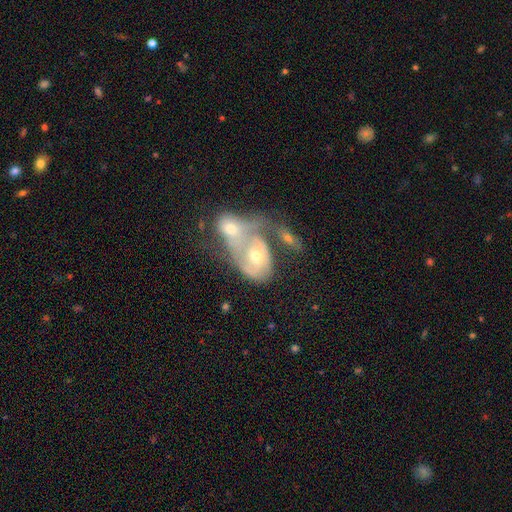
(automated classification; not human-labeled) Q: Smooth or featured?
A: featured or disk (69%); runner-up: smooth (24%)
Q: Edge-on disk?
A: no (95%); runner-up: yes (5%)
Q: Bar?
A: no (73%); runner-up: weak (21%)
Q: Spiral arms?
A: yes (70%); runner-up: no (30%)
Q: Bulge size?
A: moderate (63%); runner-up: small (31%)
Q: Merging?
A: merger (75%); runner-up: none (11%)